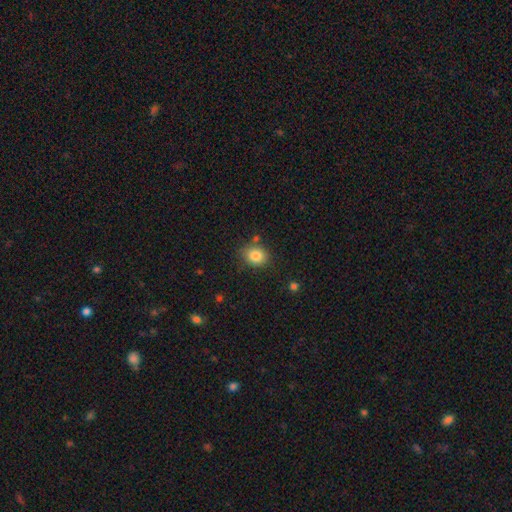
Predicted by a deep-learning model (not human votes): Smooth or featured?
  - smooth: 84% *
  - star or artifact: 10%
  - featured or disk: 6%
How rounded?
  - round: 55% *
  - in between: 44%
  - cigar-shaped: 1%
Merging?
  - none: 80% *
  - minor disturbance: 13%
  - merger: 4%
  - major disturbance: 3%